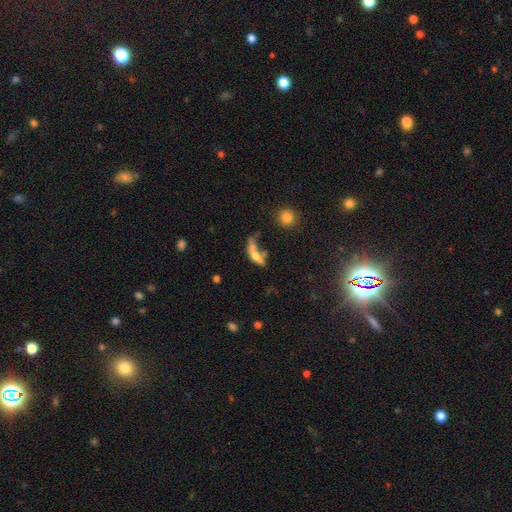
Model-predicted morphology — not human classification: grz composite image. It shows a smooth galaxy with no disk features (49%). Merging: merger (38%).